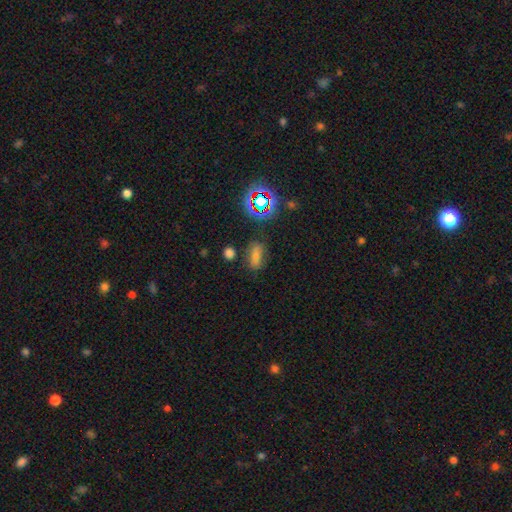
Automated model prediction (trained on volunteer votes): Smooth or featured?
  - smooth: 67% *
  - star or artifact: 22%
  - featured or disk: 11%
How rounded?
  - in between: 80% *
  - cigar-shaped: 10%
  - round: 10%
Merging?
  - none: 70% *
  - minor disturbance: 18%
  - major disturbance: 7%
  - merger: 5%